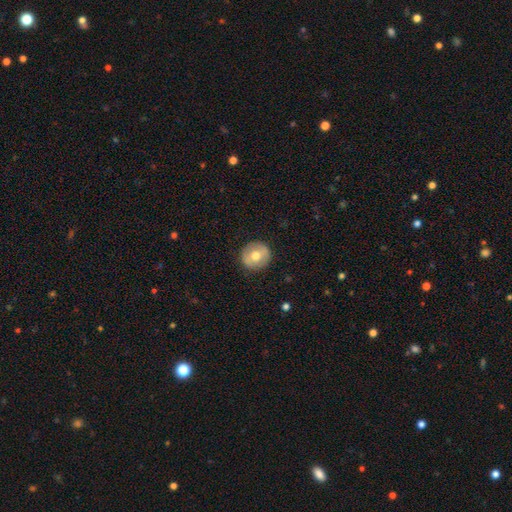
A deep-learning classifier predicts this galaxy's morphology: A smooth galaxy with no disk features (63%) that is round (92%).

Vote fractions:
- Smooth or featured? smooth: 63% / featured or disk: 30% / star or artifact: 7%
- How rounded? round: 92% / in between: 7% / cigar-shaped: 1%
- Merging? none: 89% / minor disturbance: 8% / major disturbance: 2% / merger: 1%